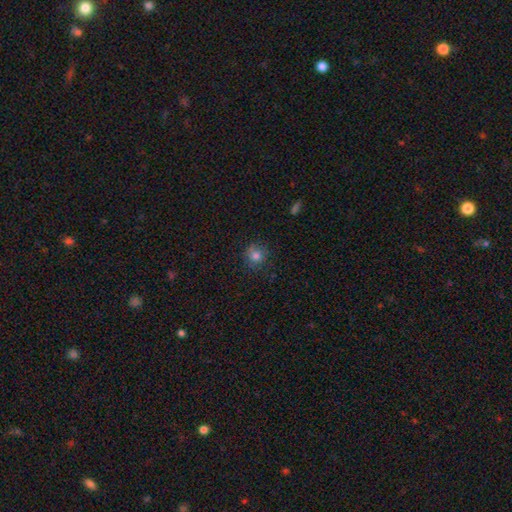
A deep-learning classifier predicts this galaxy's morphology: smooth_or_featured: smooth (p=0.79) [alt: star or artifact p=0.13]
how_rounded: round (p=0.90) [alt: in between p=0.09]
merging: none (p=0.80) [alt: minor disturbance p=0.14]